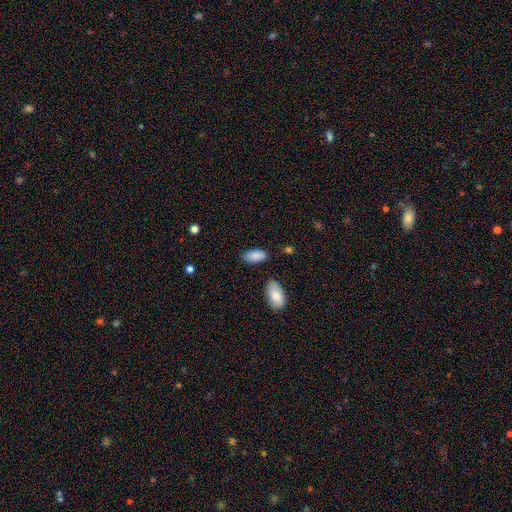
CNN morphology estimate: Smooth or featured: smooth — 88% (star or artifact — 7%)
How rounded: in between — 93% (cigar-shaped — 5%)
Merging: none — 80% (minor disturbance — 14%)